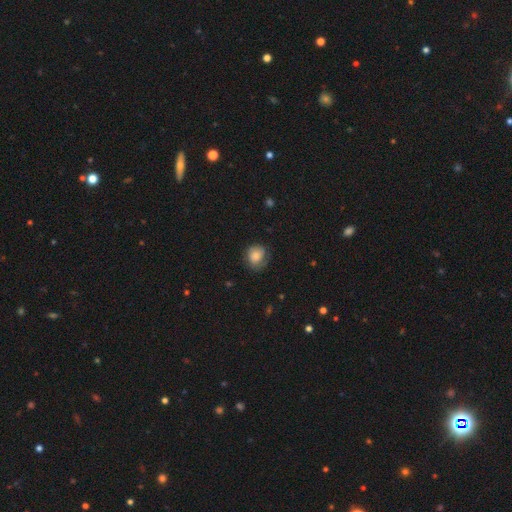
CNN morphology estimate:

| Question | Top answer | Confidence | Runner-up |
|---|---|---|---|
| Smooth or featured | smooth | 75% | featured or disk (17%) |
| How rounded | round | 73% | in between (26%) |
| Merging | none | 64% | minor disturbance (24%) |